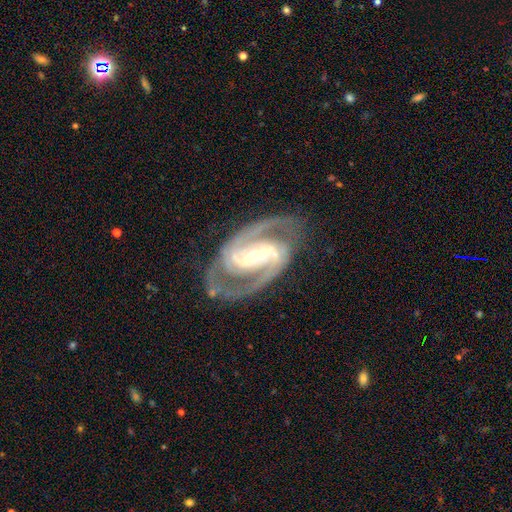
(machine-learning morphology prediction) Smooth or featured? Predicted: featured or disk (p=0.93). Edge-on disk? Predicted: no (p=0.97). Bar? Predicted: strong (p=0.65). Spiral arms? Predicted: yes (p=0.98). Spiral winding? Predicted: medium (p=0.58). Spiral arm count? Predicted: 2 (p=0.89). Bulge size? Predicted: small (p=0.62). Merging? Predicted: none (p=0.77).